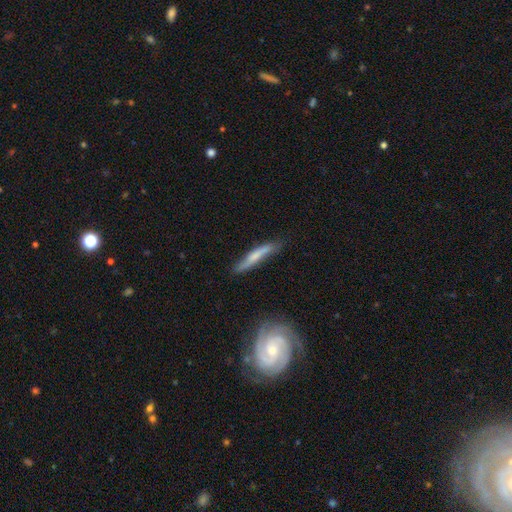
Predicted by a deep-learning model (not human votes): A smooth galaxy with no disk features (54%) that is cigar-shaped (92%).

Vote fractions:
- Smooth or featured? smooth: 54% / featured or disk: 40% / star or artifact: 6%
- How rounded? cigar-shaped: 92% / in between: 6% / round: 2%
- Merging? none: 74% / minor disturbance: 20% / major disturbance: 4% / merger: 3%